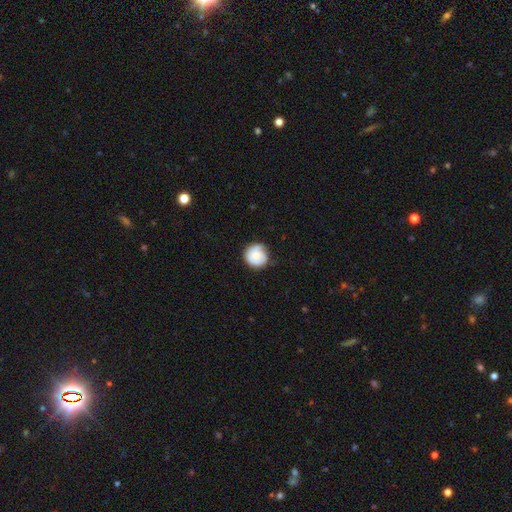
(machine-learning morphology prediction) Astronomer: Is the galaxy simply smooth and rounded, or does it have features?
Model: smooth — 68%.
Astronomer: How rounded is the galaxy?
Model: round — 90%.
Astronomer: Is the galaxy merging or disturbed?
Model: none — 68%.